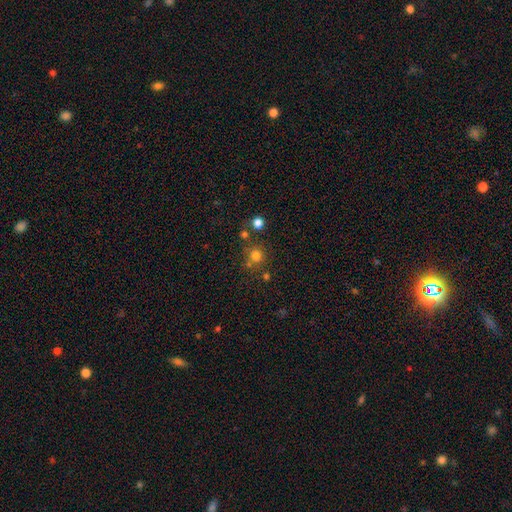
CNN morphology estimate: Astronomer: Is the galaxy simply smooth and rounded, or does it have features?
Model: smooth — 75%.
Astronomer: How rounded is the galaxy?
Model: round — 91%.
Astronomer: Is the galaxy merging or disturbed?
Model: none — 73%.